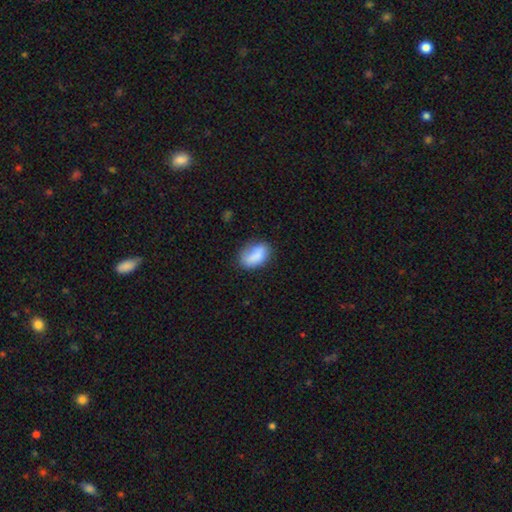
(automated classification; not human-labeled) A smooth galaxy with no disk features (81%) that is in between round and cigar-shaped (88%).

Vote fractions:
- Smooth or featured? smooth: 81% / featured or disk: 11% / star or artifact: 8%
- How rounded? in between: 88% / round: 9% / cigar-shaped: 2%
- Merging? none: 61% / minor disturbance: 27% / major disturbance: 9% / merger: 3%